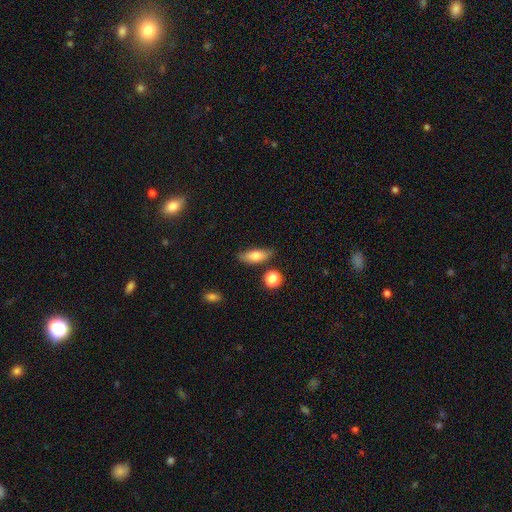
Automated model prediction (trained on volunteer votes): This is likely a smooth galaxy (74%). How rounded: likely in between (70%). Merging: likely none (77%).